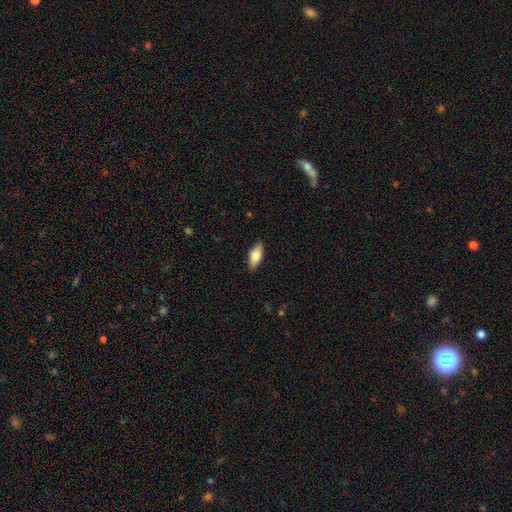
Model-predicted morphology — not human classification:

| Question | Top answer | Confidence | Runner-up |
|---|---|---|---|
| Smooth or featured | smooth | 73% | featured or disk (21%) |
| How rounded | in between | 77% | cigar-shaped (21%) |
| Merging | none | 87% | minor disturbance (10%) |